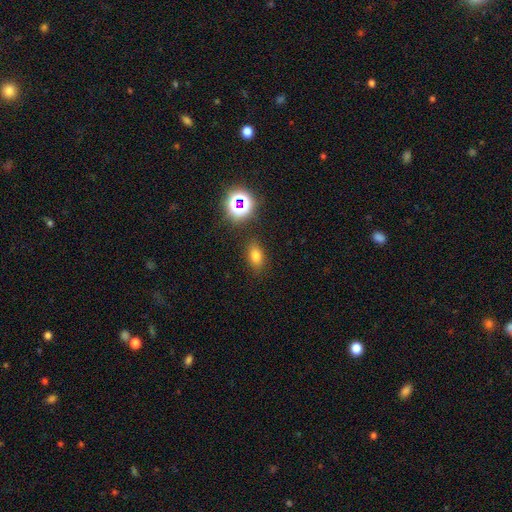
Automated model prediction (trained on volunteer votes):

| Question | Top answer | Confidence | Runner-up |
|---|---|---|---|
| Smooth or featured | smooth | 72% | star or artifact (19%) |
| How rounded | in between | 80% | round (15%) |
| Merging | none | 84% | minor disturbance (10%) |